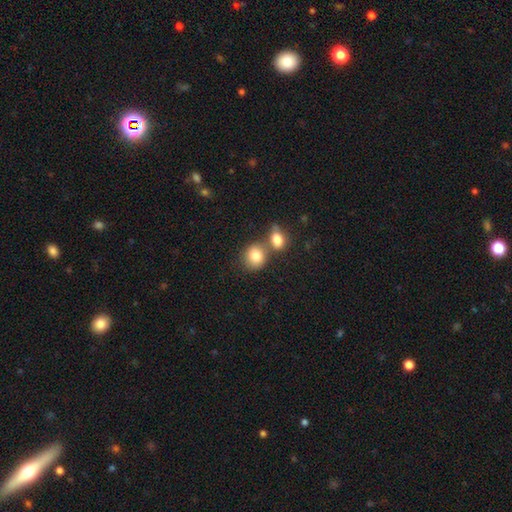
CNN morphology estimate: A smooth galaxy with no disk features (83%) that is round (69%).

Vote fractions:
- Smooth or featured? smooth: 83% / featured or disk: 9% / star or artifact: 8%
- How rounded? round: 69% / in between: 30% / cigar-shaped: 1%
- Merging? none: 46% / merger: 40% / minor disturbance: 10% / major disturbance: 4%